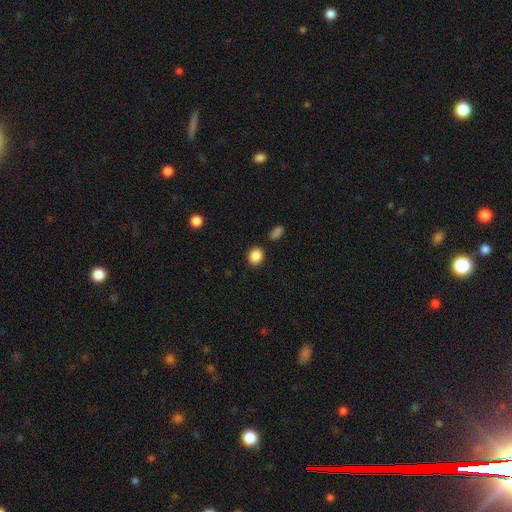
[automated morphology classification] Smooth or featured?
  - smooth: 88% *
  - star or artifact: 9%
  - featured or disk: 3%
How rounded?
  - round: 71% *
  - in between: 28%
  - cigar-shaped: 1%
Merging?
  - none: 86% *
  - minor disturbance: 8%
  - merger: 4%
  - major disturbance: 3%